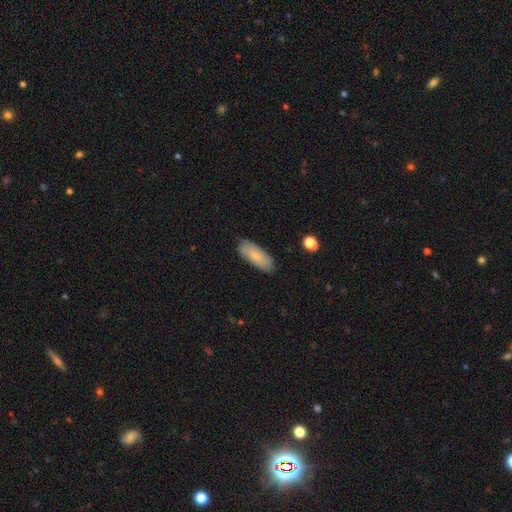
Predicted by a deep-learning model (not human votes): This is likely a smooth galaxy (79%). How rounded: likely in between (78%). Merging: clearly none (84%).